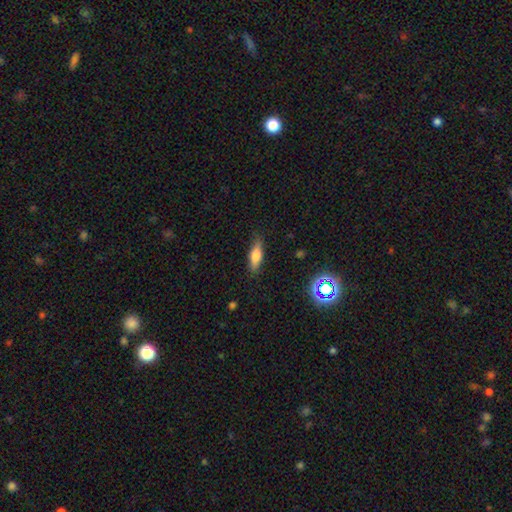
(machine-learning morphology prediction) Smooth or featured? smooth (63%)
How rounded? in between (49%)
Merging? none (85%)